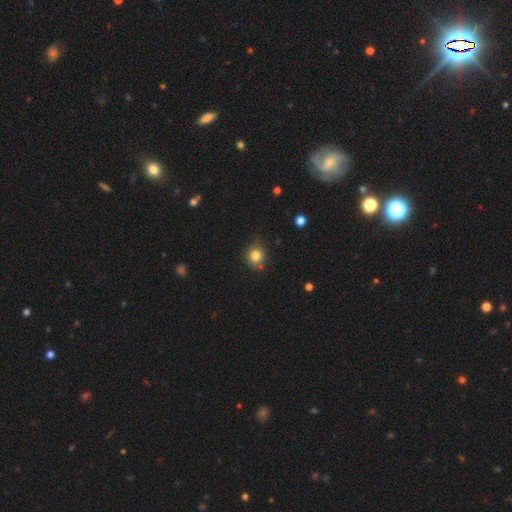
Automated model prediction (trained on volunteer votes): This is clearly a smooth galaxy (82%). How rounded: clearly round (81%). Merging: likely none (76%).